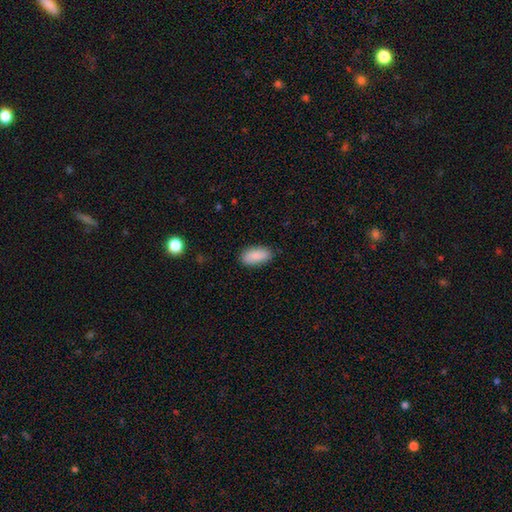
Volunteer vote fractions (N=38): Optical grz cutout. It shows a smooth galaxy with no disk features (82%) that is in between round and cigar-shaped (100%). Merging: none (86%).